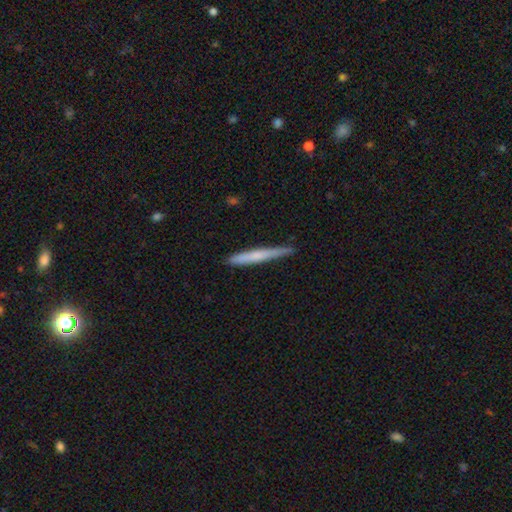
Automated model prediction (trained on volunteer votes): A smooth galaxy with no disk features (61%) that is cigar-shaped (97%).

Vote fractions:
- Smooth or featured? smooth: 61% / featured or disk: 34% / star or artifact: 5%
- How rounded? cigar-shaped: 97% / in between: 2% / round: 1%
- Merging? none: 84% / minor disturbance: 13% / major disturbance: 2% / merger: 1%